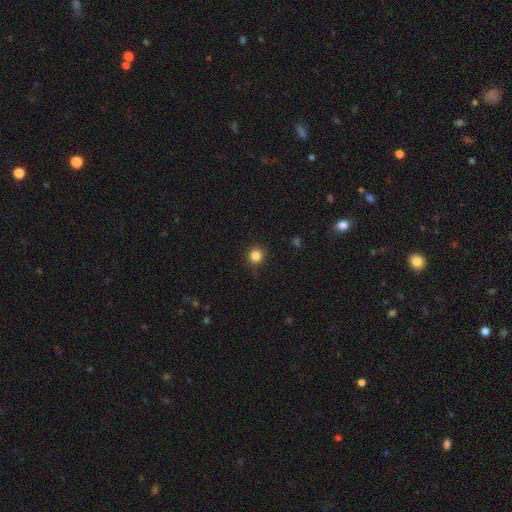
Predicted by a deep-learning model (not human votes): Morphology: type=smooth (84%); roundness=round (93%); merging=none (89%).